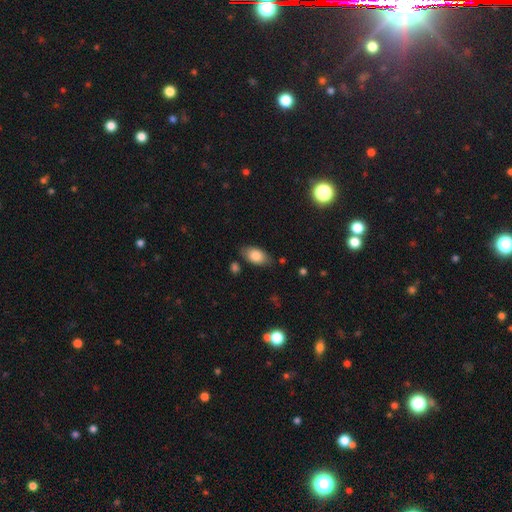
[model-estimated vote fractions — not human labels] A smooth galaxy with no disk features (83%) that is in between round and cigar-shaped (92%). Merging: none (77%).